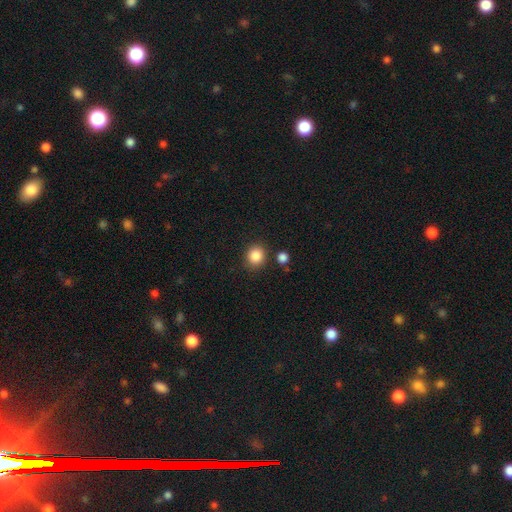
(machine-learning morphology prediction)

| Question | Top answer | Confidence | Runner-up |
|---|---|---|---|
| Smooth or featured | smooth | 87% | star or artifact (10%) |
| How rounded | round | 81% | in between (18%) |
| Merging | none | 85% | minor disturbance (8%) |